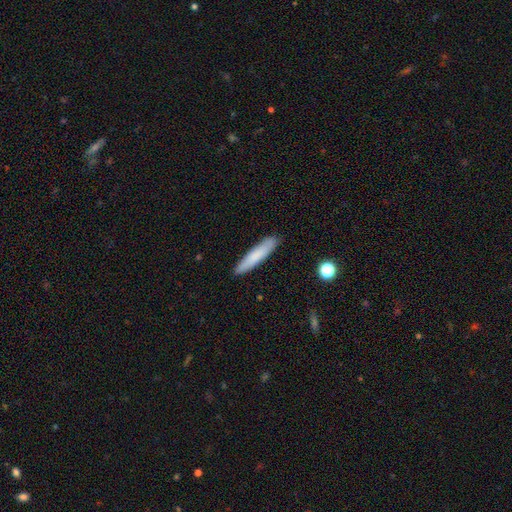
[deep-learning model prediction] Smooth or featured?
  - smooth: 79% *
  - featured or disk: 15%
  - star or artifact: 6%
How rounded?
  - cigar-shaped: 89% *
  - in between: 10%
  - round: 1%
Merging?
  - none: 89% *
  - minor disturbance: 8%
  - major disturbance: 2%
  - merger: 1%